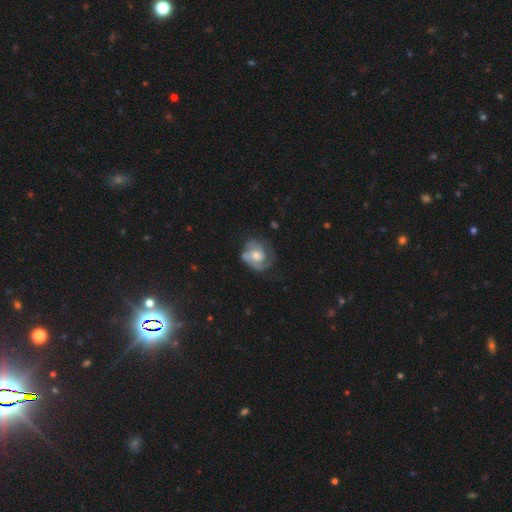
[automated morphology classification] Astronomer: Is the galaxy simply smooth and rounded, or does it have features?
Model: featured or disk — 72%.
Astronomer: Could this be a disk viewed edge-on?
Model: no — 98%.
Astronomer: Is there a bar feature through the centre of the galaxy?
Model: no — 68%.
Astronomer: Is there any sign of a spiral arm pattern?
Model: yes — 87%.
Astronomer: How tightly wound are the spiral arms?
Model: tight — 50% (runner-up: medium, 36%).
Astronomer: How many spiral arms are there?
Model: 2 — 40% (runner-up: 1, 31%).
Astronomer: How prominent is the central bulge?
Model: moderate — 55%.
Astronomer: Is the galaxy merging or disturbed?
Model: none — 54%.